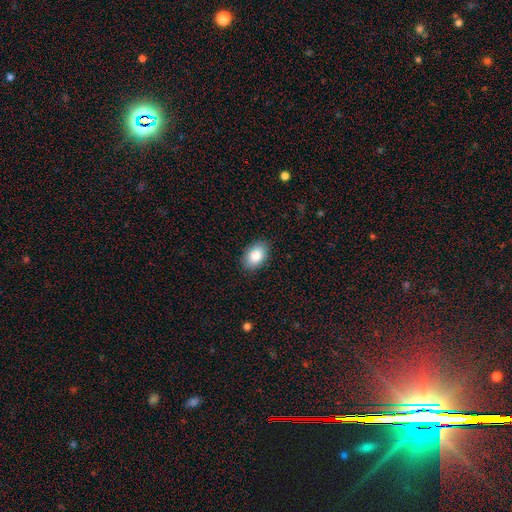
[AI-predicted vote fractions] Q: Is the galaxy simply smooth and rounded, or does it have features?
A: smooth — 83%.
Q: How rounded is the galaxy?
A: in between — 88%.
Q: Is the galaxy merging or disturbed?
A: none — 87%.